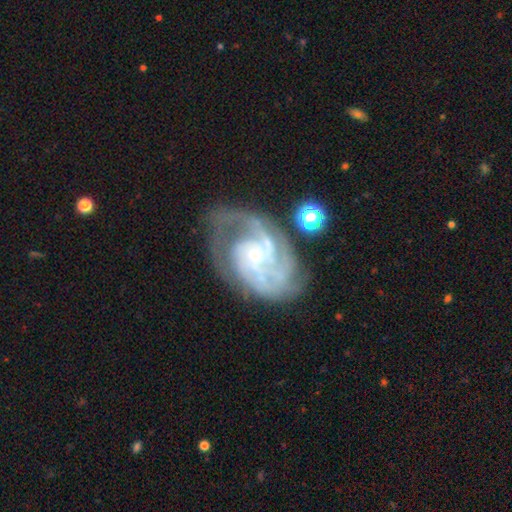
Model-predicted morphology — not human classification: Smooth or featured?
  - featured or disk: 88% *
  - smooth: 6%
  - star or artifact: 6%
Edge-on disk?
  - no: 97% *
  - yes: 3%
Bar?
  - no: 68% *
  - weak: 26%
  - strong: 6%
Spiral arms?
  - yes: 96% *
  - no: 4%
Spiral winding?
  - tight: 54% *
  - medium: 37%
  - loose: 9%
Spiral arm count?
  - 3: 28% *
  - can't tell: 24%
  - 2: 23%
  - 4: 12%
  - more than 4: 6%
  - 1: 6%
Bulge size?
  - small: 76% *
  - moderate: 20%
  - none: 2%
  - large: 1%
  - dominant: 1%
Merging?
  - none: 60% *
  - minor disturbance: 20%
  - major disturbance: 16%
  - merger: 4%